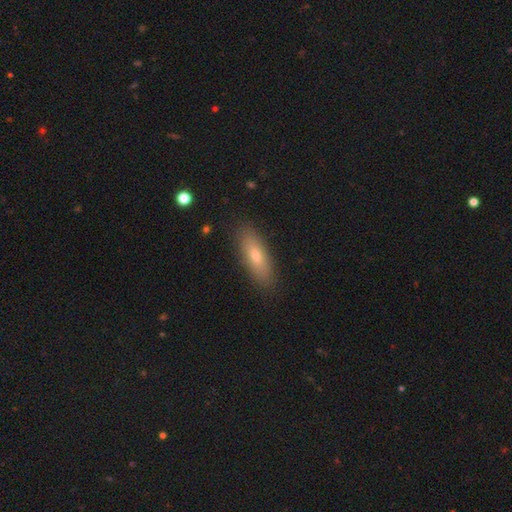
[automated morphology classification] Q: Smooth or featured?
A: smooth (69%); runner-up: featured or disk (23%)
Q: How rounded?
A: in between (55%); runner-up: cigar-shaped (42%)
Q: Merging?
A: none (87%); runner-up: minor disturbance (9%)